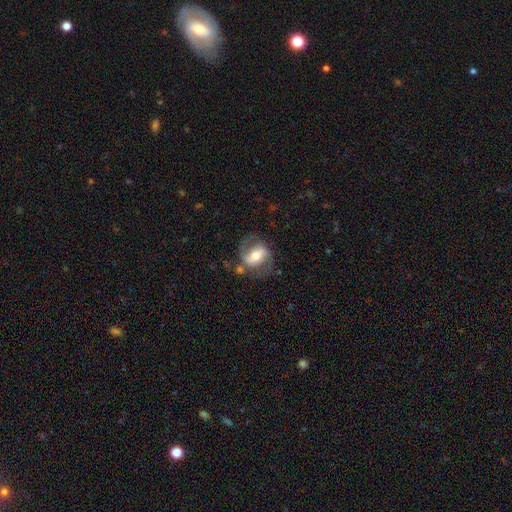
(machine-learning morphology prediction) Smooth or featured? Predicted: featured or disk (p=0.68). Edge-on disk? Predicted: no (p=0.95). Bar? Predicted: strong (p=0.42). Spiral arms? Predicted: yes (p=0.82). Spiral winding? Predicted: medium (p=0.50). Spiral arm count? Predicted: 2 (p=0.85). Bulge size? Predicted: moderate (p=0.63). Merging? Predicted: none (p=0.64).